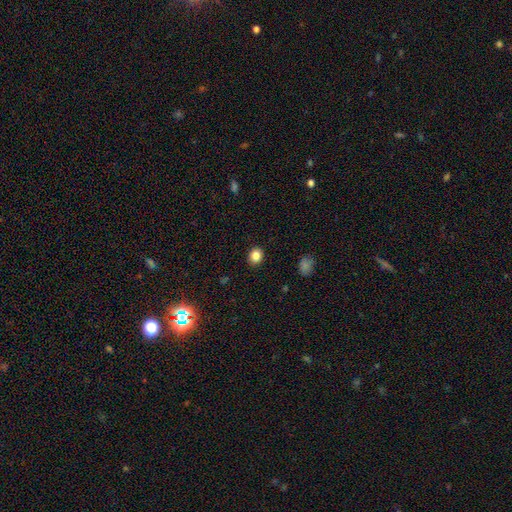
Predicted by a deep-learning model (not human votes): smooth_or_featured: smooth (p=0.85) [alt: star or artifact p=0.10]
how_rounded: round (p=0.62) [alt: in between p=0.38]
merging: none (p=0.90) [alt: minor disturbance p=0.07]